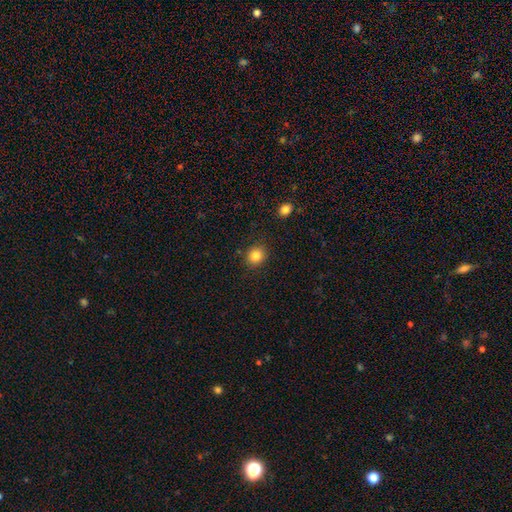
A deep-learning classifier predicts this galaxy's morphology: This appears to be a smooth galaxy with no disk features (83%) that is round (79%). Merging: none (88%).